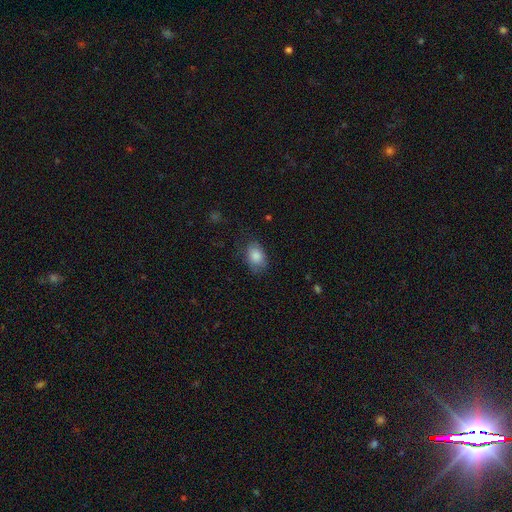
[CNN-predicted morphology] Smooth or featured?
  - smooth: 84% *
  - star or artifact: 8%
  - featured or disk: 8%
How rounded?
  - in between: 81% *
  - round: 18%
  - cigar-shaped: 1%
Merging?
  - none: 72% *
  - minor disturbance: 20%
  - major disturbance: 6%
  - merger: 1%